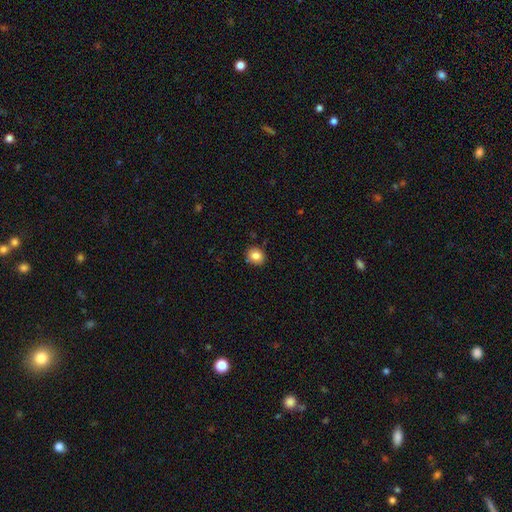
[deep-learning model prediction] Overall: smooth (84%). How rounded: round (75%). Merging: none (86%).